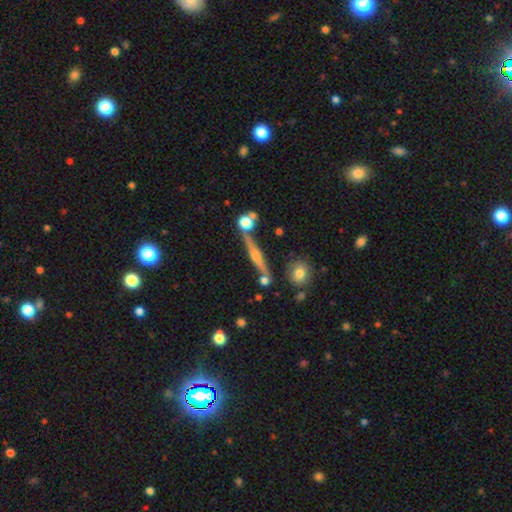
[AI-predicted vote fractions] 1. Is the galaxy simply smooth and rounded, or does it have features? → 74% featured or disk, 18% smooth, 8% star or artifact.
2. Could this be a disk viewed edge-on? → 96% yes, 4% no.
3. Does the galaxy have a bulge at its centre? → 89% rounded, 6% boxy, 6% none.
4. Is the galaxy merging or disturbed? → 79% none, 10% minor disturbance, 8% merger, 3% major disturbance.